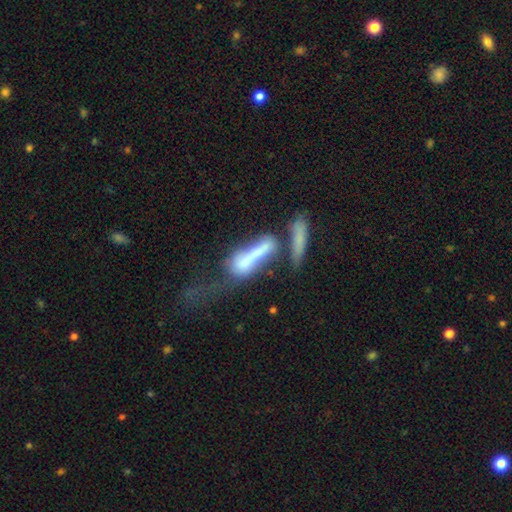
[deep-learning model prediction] Smooth or featured: featured or disk — 46% (smooth — 40%)
Merging: merger — 61% (major disturbance — 18%)